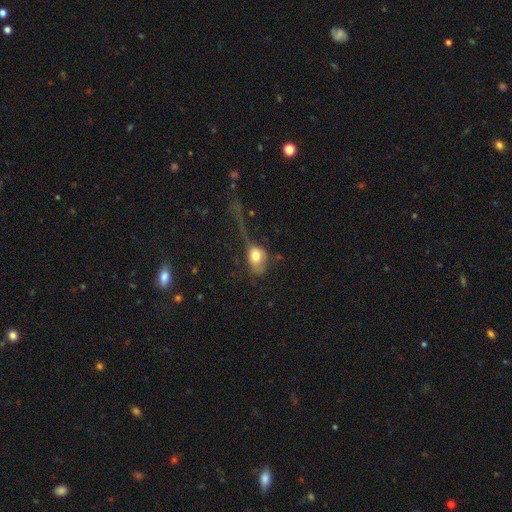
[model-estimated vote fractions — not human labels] Smooth or featured: smooth — 72% (featured or disk — 19%)
How rounded: in between — 66% (round — 32%)
Merging: major disturbance — 53% (none — 22%)